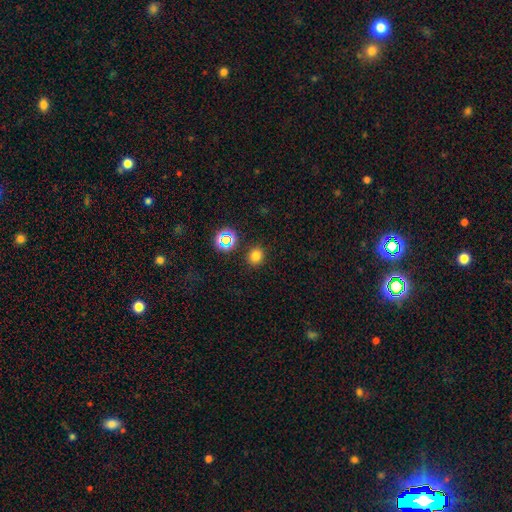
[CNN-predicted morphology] Smooth or featured? smooth (76%)
How rounded? round (80%)
Merging? none (88%)